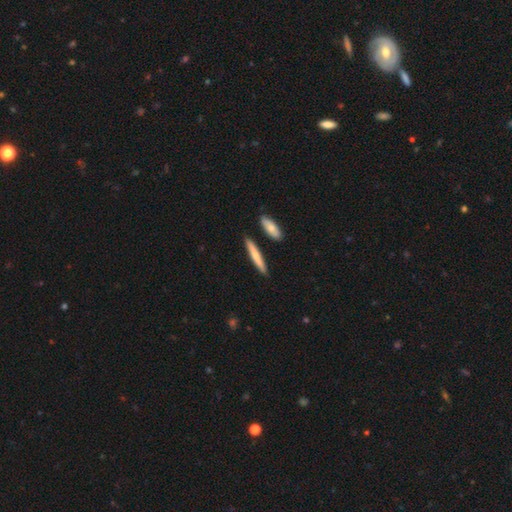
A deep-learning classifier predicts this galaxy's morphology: Smooth or featured? Predicted: smooth (p=0.68). How rounded? Predicted: cigar-shaped (p=0.91). Merging? Predicted: none (p=0.87).